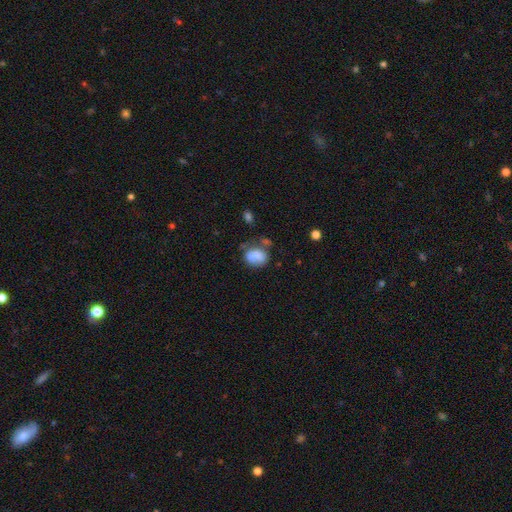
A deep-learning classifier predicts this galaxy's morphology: This is likely a smooth galaxy (75%). How rounded: possibly in between (55%). Merging: marginally none (44%).